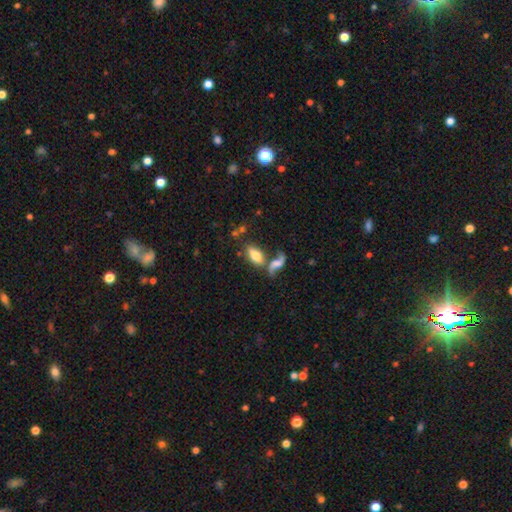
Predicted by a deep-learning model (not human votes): Smooth or featured: smooth — 72% (featured or disk — 20%)
How rounded: in between — 84% (cigar-shaped — 12%)
Merging: none — 45% (merger — 36%)